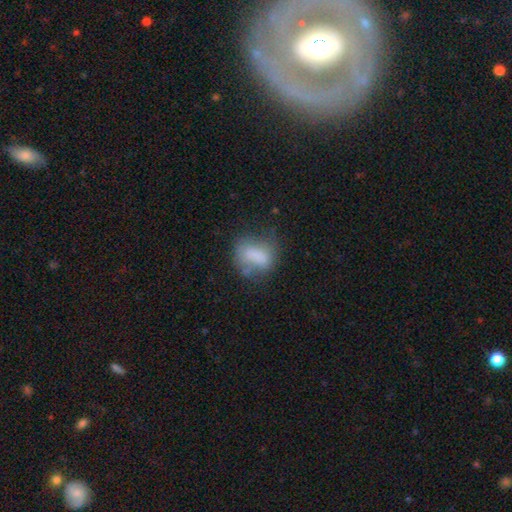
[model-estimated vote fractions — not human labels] smooth 70%, featured or disk 20%, star or artifact 10%. Down the decision tree: how rounded — in between (68%); merging — none (43%).